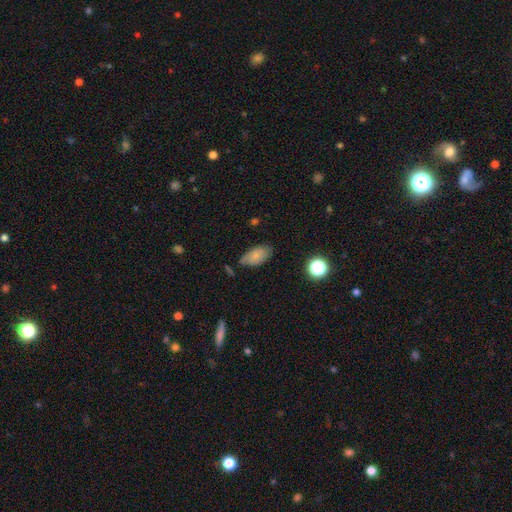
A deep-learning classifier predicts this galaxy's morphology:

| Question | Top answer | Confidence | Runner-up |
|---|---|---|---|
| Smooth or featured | smooth | 77% | featured or disk (14%) |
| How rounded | in between | 92% | round (4%) |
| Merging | none | 65% | minor disturbance (26%) |